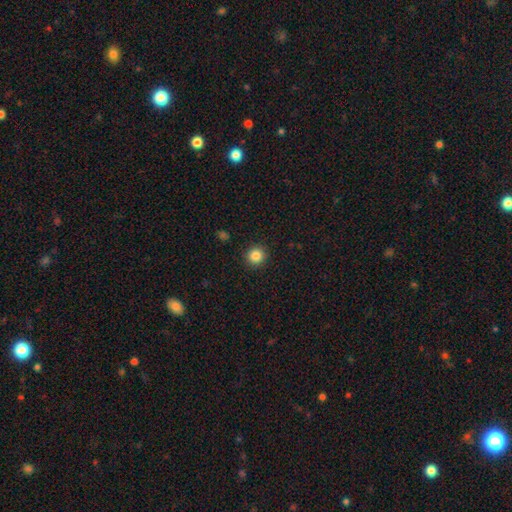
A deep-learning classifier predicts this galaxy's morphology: A smooth galaxy with no disk features (85%) that is round (93%). Merging: none (92%).